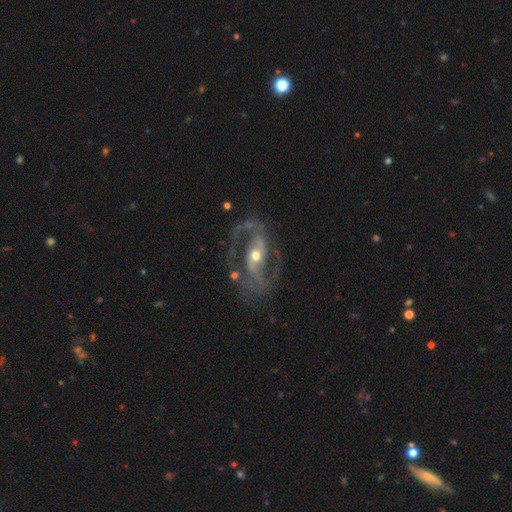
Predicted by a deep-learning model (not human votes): This appears to be a featured or disk galaxy (89%) with a weak bar (35%, tied with strong), 2 (91%) medium (51%) spiral arms (92%) and a moderate central bulge (70%). Merging: none (68%).